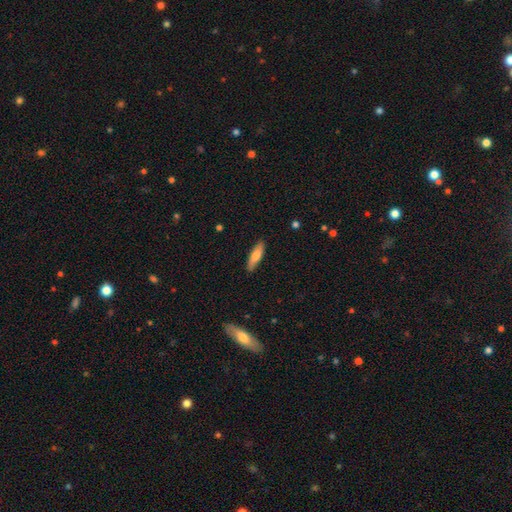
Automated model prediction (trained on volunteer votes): Smooth or featured?
  - smooth: 72% *
  - featured or disk: 22%
  - star or artifact: 5%
How rounded?
  - cigar-shaped: 63% *
  - in between: 35%
  - round: 2%
Merging?
  - none: 86% *
  - minor disturbance: 11%
  - major disturbance: 2%
  - merger: 1%